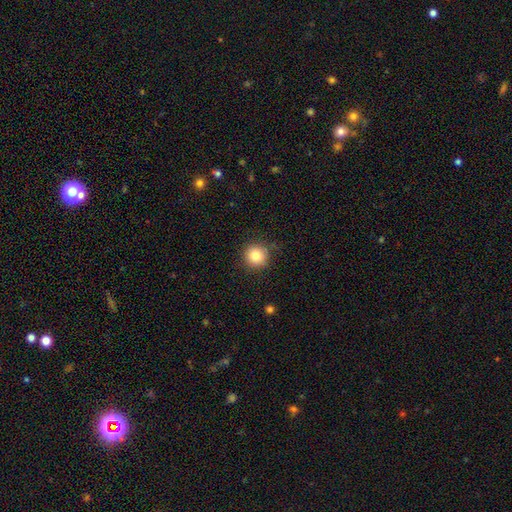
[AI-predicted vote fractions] Smooth or featured? Predicted: smooth (p=0.83). How rounded? Predicted: round (p=0.94). Merging? Predicted: none (p=0.84).